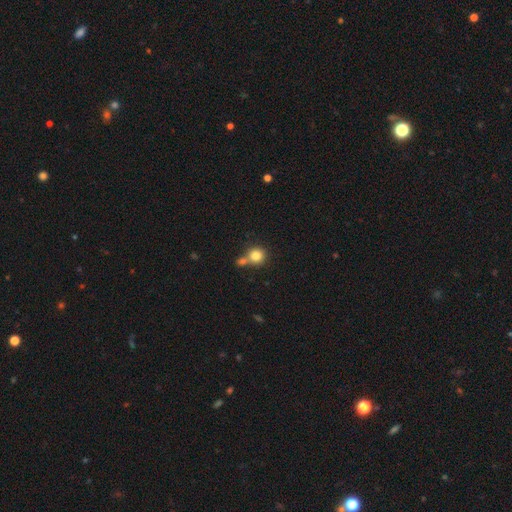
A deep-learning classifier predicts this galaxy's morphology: smooth 81%, star or artifact 10%, featured or disk 8%. Down the decision tree: how rounded — round (90%); merging — none (51%).